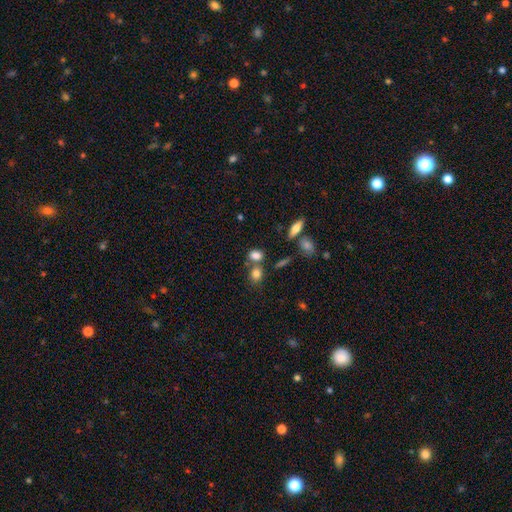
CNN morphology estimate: Smooth or featured?
  - smooth: 80% *
  - star or artifact: 12%
  - featured or disk: 9%
How rounded?
  - in between: 56% *
  - round: 41%
  - cigar-shaped: 3%
Merging?
  - none: 53% *
  - merger: 31%
  - minor disturbance: 11%
  - major disturbance: 4%